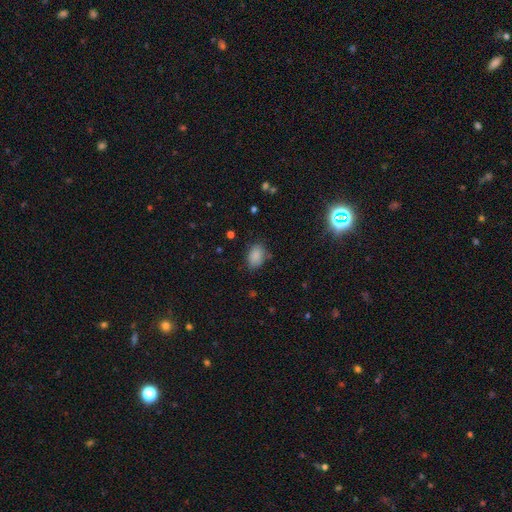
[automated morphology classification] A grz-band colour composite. It shows a smooth galaxy with no disk features (85%) that is in between round and cigar-shaped (79%). Merging: none (74%).